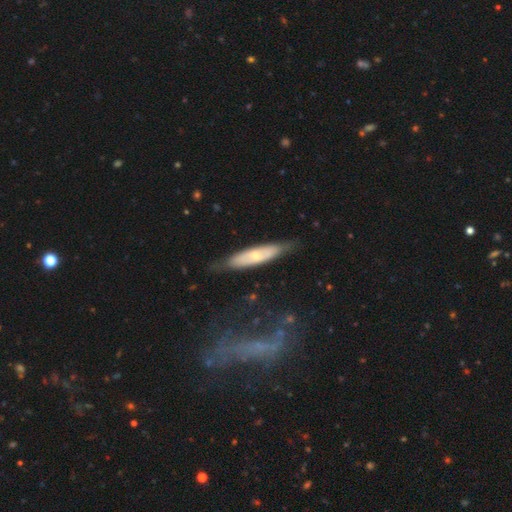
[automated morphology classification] Q: Smooth or featured?
A: featured or disk (52%); runner-up: smooth (43%)
Q: Edge-on disk?
A: no (51%); runner-up: yes (49%)
Q: Merging?
A: none (74%); runner-up: minor disturbance (19%)